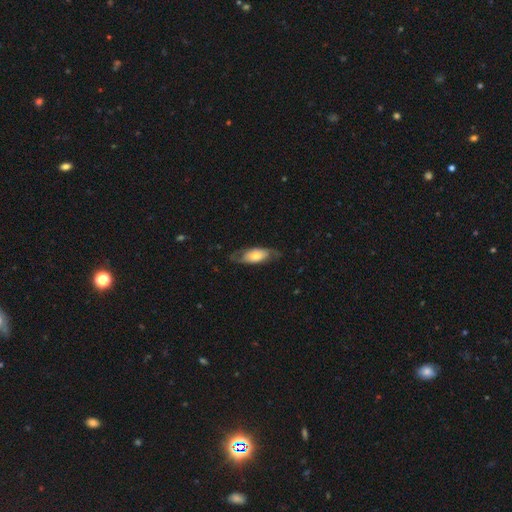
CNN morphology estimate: type=featured or disk (48%); merging=none (69%).